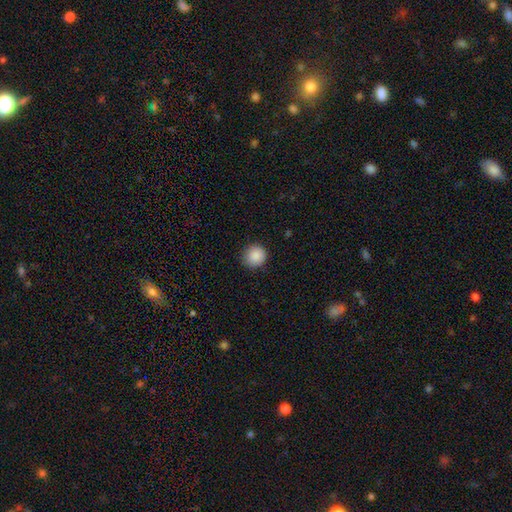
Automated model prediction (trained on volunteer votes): Smooth or featured: smooth — 89% (star or artifact — 8%)
How rounded: round — 93% (in between — 6%)
Merging: none — 88% (minor disturbance — 9%)